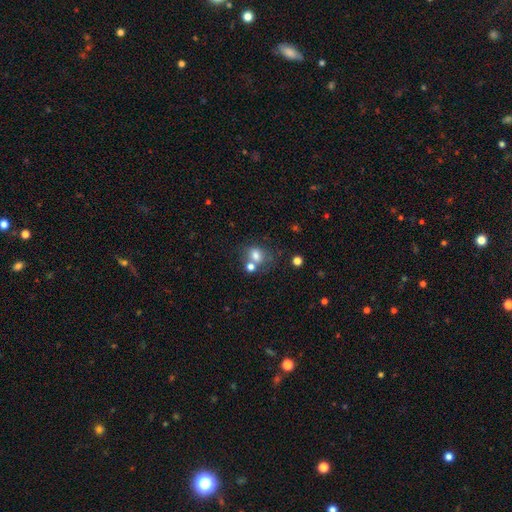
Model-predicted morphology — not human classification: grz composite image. It shows a smooth galaxy with no disk features (74%) that is round (52%). Merging: none (45%).